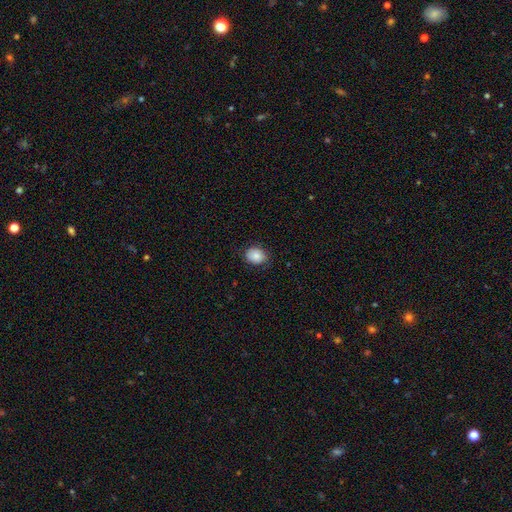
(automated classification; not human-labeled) A smooth galaxy with no disk features (83%) that is round (50%, tied with in between).

Vote fractions:
- Smooth or featured? smooth: 83% / featured or disk: 9% / star or artifact: 8%
- How rounded? round: 50% (tied) / in between: 50% (tied) / cigar-shaped: 1%
- Merging? none: 75% / minor disturbance: 19% / major disturbance: 4% / merger: 1%